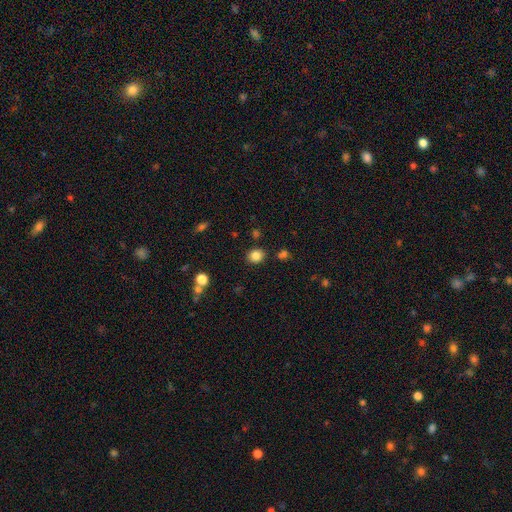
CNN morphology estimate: Smooth or featured? smooth (84%)
How rounded? round (77%)
Merging? none (86%)